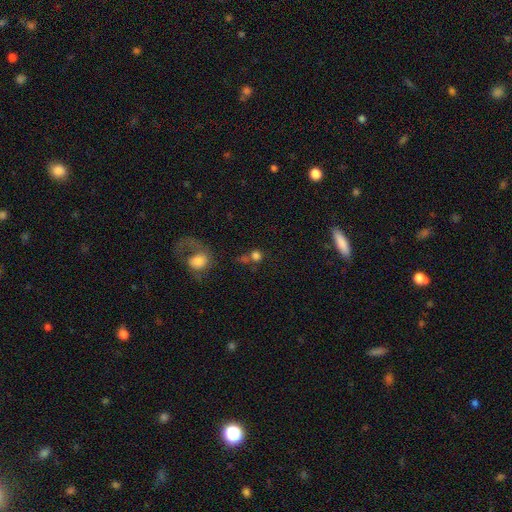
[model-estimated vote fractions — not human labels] Smooth or featured?
  - smooth: 75% *
  - star or artifact: 16%
  - featured or disk: 10%
How rounded?
  - round: 85% *
  - in between: 14%
  - cigar-shaped: 1%
Merging?
  - none: 51% *
  - merger: 28%
  - minor disturbance: 11%
  - major disturbance: 9%